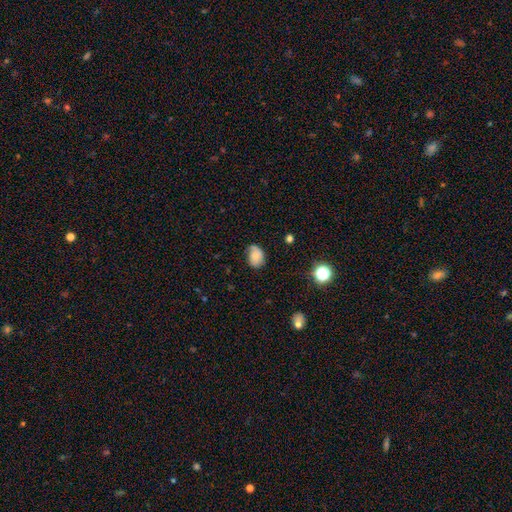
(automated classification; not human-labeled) smooth_or_featured: smooth (p=0.64) [alt: featured or disk p=0.26]
how_rounded: in between (p=0.67) [alt: round p=0.32]
merging: none (p=0.56) [alt: minor disturbance p=0.32]